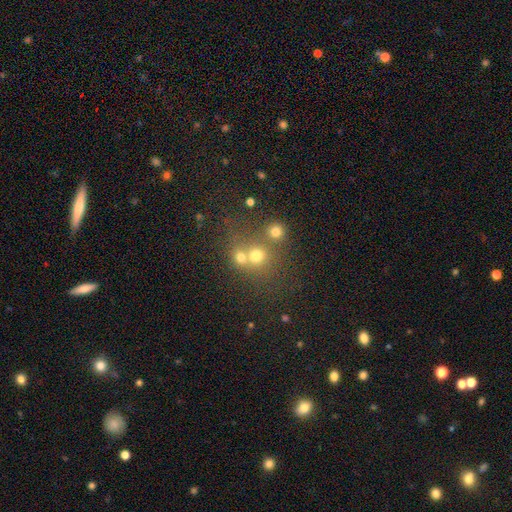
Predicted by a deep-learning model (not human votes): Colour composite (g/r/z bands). It shows a smooth galaxy with no disk features (67%) that is round (82%). Merging: none (44%, tied with merger).